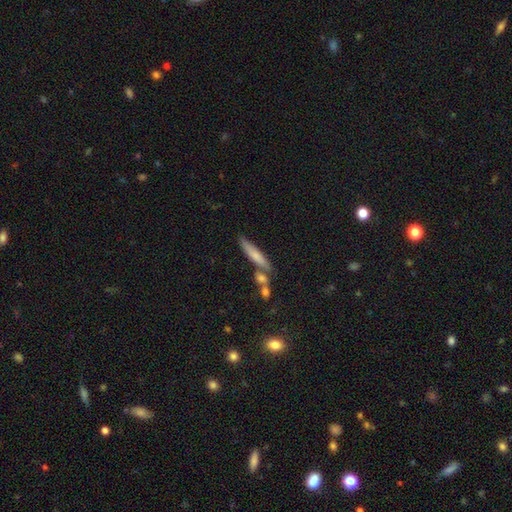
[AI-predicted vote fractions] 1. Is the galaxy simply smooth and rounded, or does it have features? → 66% smooth, 27% featured or disk, 7% star or artifact.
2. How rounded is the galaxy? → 87% cigar-shaped, 11% in between, 2% round.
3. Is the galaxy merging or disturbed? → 63% none, 19% merger, 13% minor disturbance, 4% major disturbance.